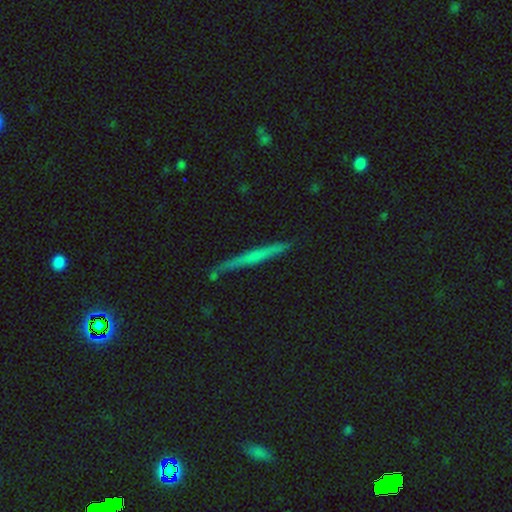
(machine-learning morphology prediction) Smooth or featured: featured or disk — 47% (smooth — 45%)
Merging: none — 84% (minor disturbance — 12%)